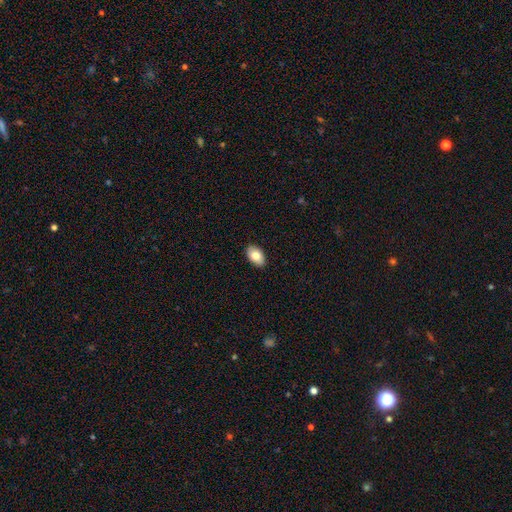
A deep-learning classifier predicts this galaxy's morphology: The model was most divided on "smooth or featured": smooth: 82%, featured or disk: 12%, star or artifact: 7%. More confident: how rounded — in between (92%); merging — none (90%).